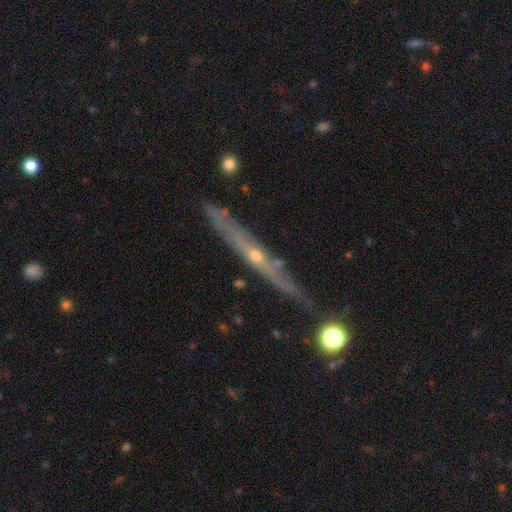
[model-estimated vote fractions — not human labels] smooth_or_featured: featured or disk (p=0.76) [alt: smooth p=0.17]
disk_edge_on: yes (p=0.90) [alt: no p=0.10]
edge_on_bulge: rounded (p=0.67) [alt: none p=0.31]
merging: none (p=0.75) [alt: minor disturbance p=0.18]